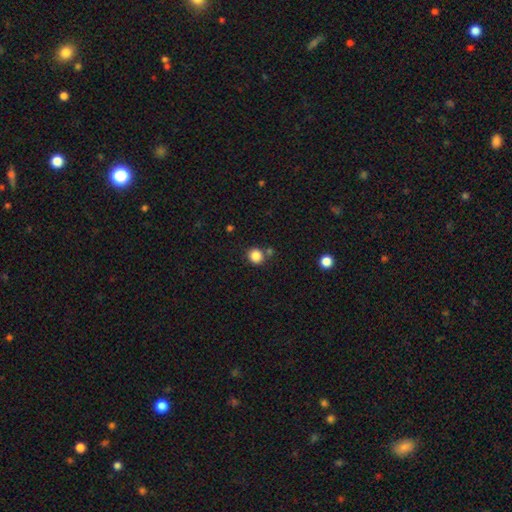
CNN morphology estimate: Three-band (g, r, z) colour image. It shows a smooth galaxy with no disk features (85%) that is round (87%). Merging: none (76%).